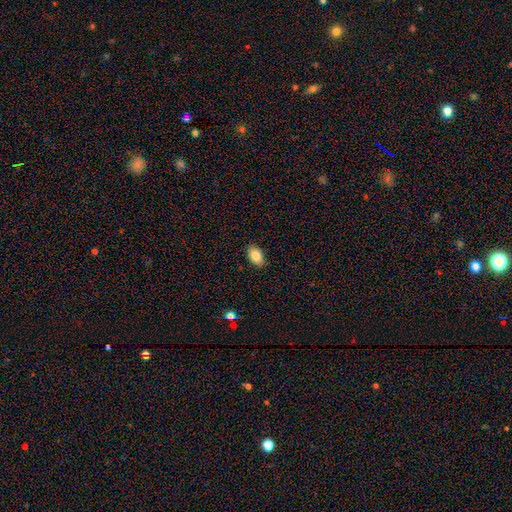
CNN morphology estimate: The model was most divided on "smooth or featured": smooth: 86%, star or artifact: 8%, featured or disk: 7%. More confident: how rounded — in between (91%); merging — none (88%).